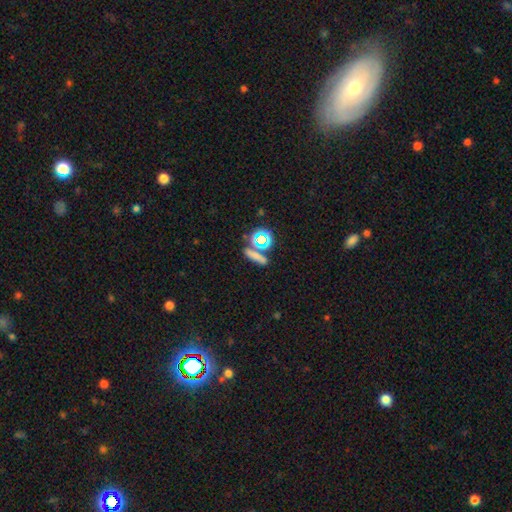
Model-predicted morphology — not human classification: The model was most divided on "how rounded": cigar-shaped: 48%, in between: 28%, round: 24%. More confident: merging — none (65%); smooth or featured — smooth (57%).